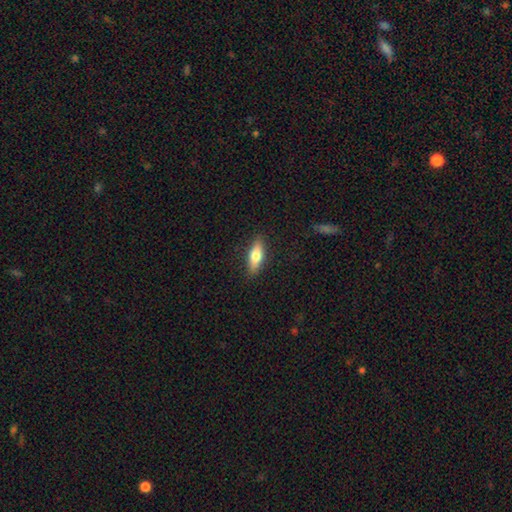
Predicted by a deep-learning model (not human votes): This is likely a smooth galaxy (68%). How rounded: possibly in between (58%). Merging: clearly none (88%).